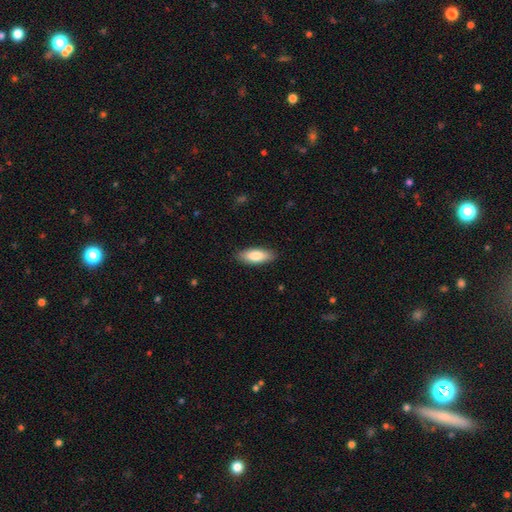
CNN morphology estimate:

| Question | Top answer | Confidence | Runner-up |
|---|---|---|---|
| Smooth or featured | smooth | 83% | featured or disk (11%) |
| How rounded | in between | 74% | cigar-shaped (24%) |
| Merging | none | 88% | minor disturbance (9%) |